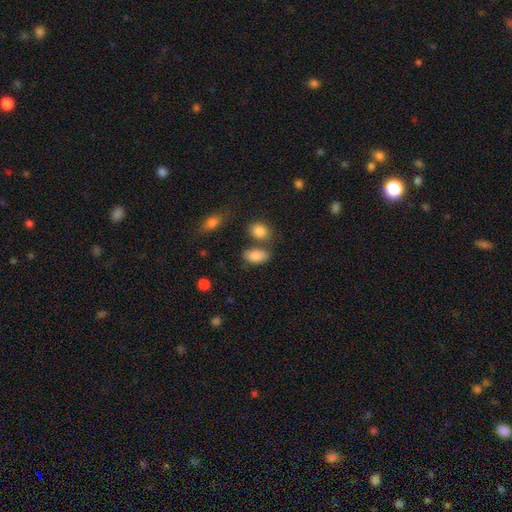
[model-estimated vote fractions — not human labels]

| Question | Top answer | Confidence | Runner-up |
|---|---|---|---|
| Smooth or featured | smooth | 85% | star or artifact (8%) |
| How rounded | in between | 90% | round (8%) |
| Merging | none | 62% | merger (18%) |